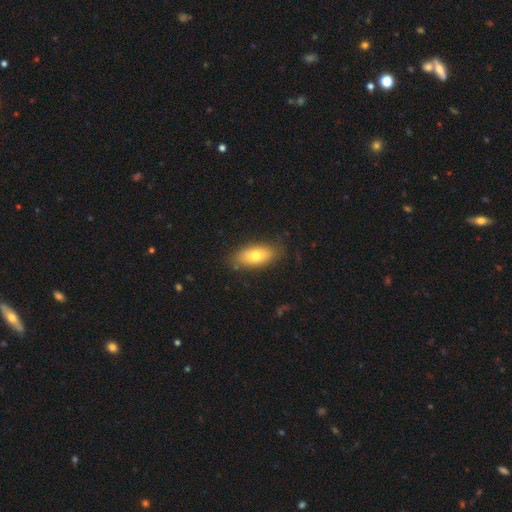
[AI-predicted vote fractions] Overall: smooth (73%). How rounded: in between (85%). Merging: none (82%).